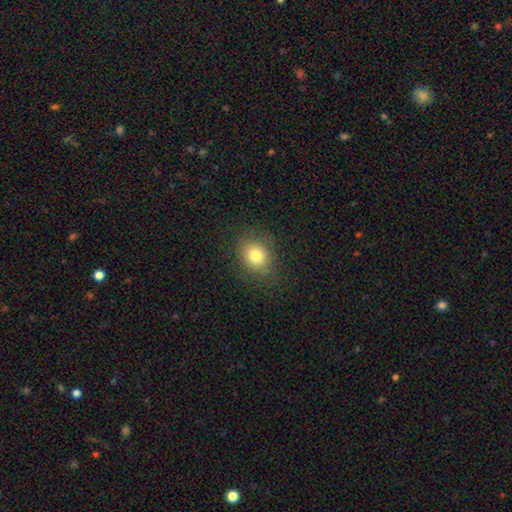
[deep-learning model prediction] A smooth galaxy with no disk features (79%) that is round (59%).

Vote fractions:
- Smooth or featured? smooth: 79% / star or artifact: 12% / featured or disk: 9%
- How rounded? round: 59% / in between: 40% / cigar-shaped: 1%
- Merging? none: 83% / minor disturbance: 12% / major disturbance: 4% / merger: 1%